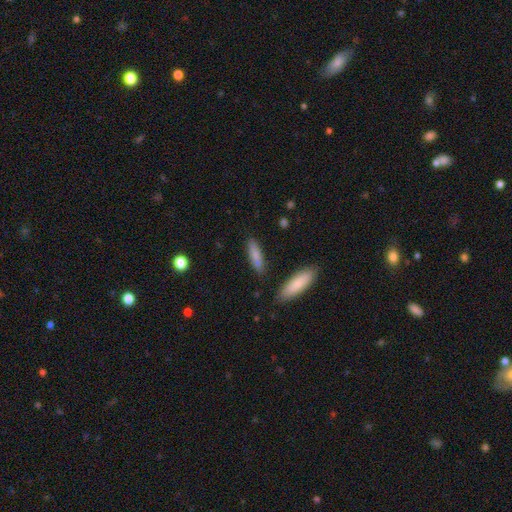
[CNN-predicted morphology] Smooth or featured: smooth — 80% (featured or disk — 13%)
How rounded: cigar-shaped — 71% (in between — 28%)
Merging: none — 85% (minor disturbance — 9%)